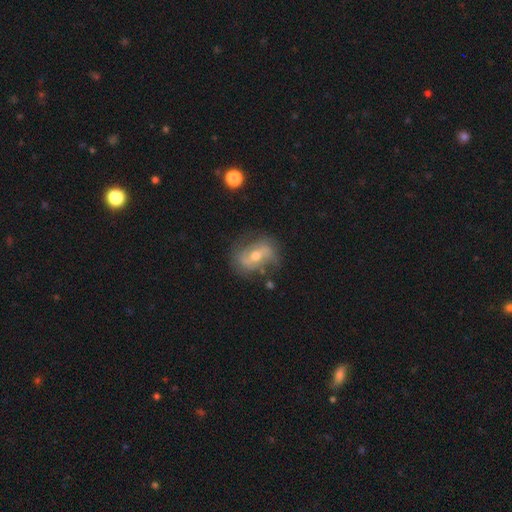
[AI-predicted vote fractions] smooth-or-featured: featured or disk: 72% | smooth: 20% | star or artifact: 8%
  disk-edge-on: no: 95% | yes: 5%
    bar: weak: 41% | strong: 32% | no: 26%
    has-spiral-arms: yes: 80% | no: 20%
      spiral-winding: loose: 42% | medium: 39% | tight: 19%
      spiral-arm-count: 2: 81% | can't tell: 11% | 1: 4% | 3: 2% | 4: 1% | more than 4: 1%
    bulge-size: moderate: 67% | small: 27% | large: 4% | none: 1% | dominant: 1%
  merging: none: 65% | minor disturbance: 22% | major disturbance: 10% | merger: 3%